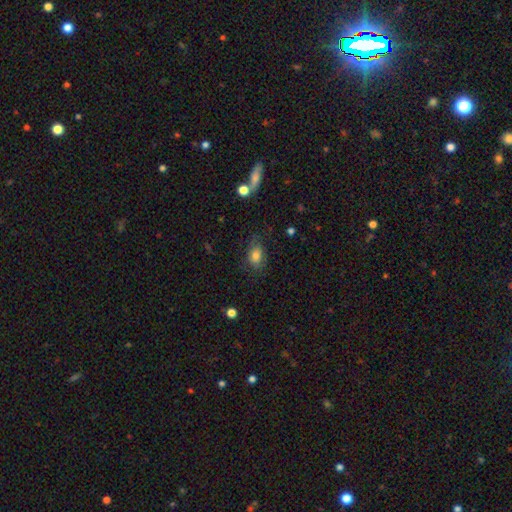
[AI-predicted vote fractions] This appears to be a smooth galaxy with no disk features (73%) that is in between round and cigar-shaped (77%). Merging: none (66%).